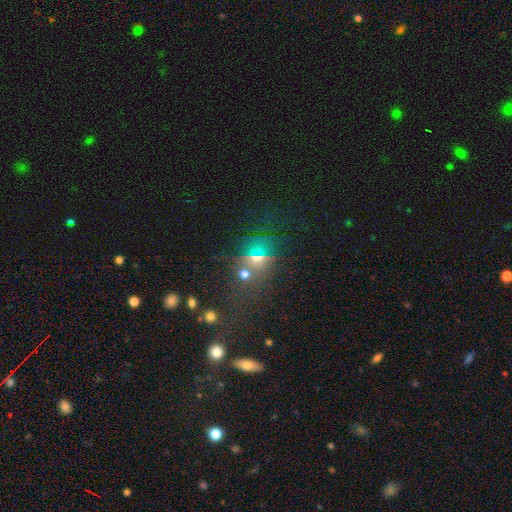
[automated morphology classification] smooth-or-featured: smooth: 40% | star or artifact: 36% | featured or disk: 23%
  merging: none: 52% | merger: 24% | minor disturbance: 13% | major disturbance: 11%